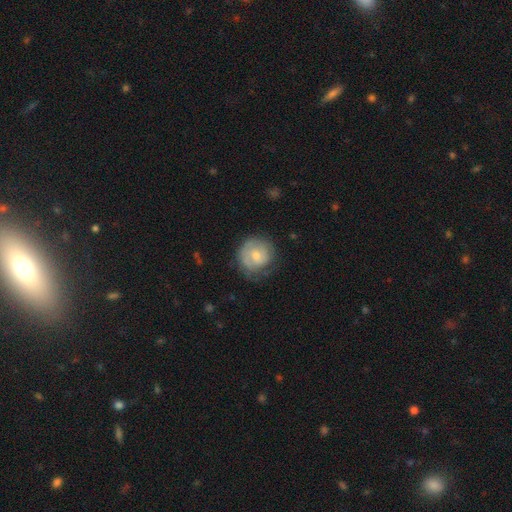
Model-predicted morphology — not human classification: Smooth or featured? featured or disk (49%)
Merging? none (64%)